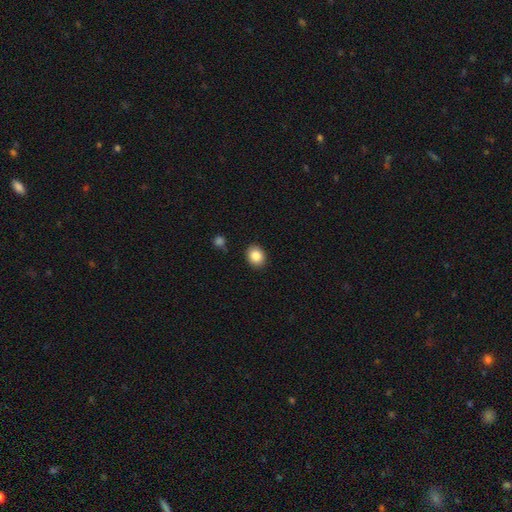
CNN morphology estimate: Overall: smooth (86%). How rounded: round (55%; in between 44%). Merging: none (88%).